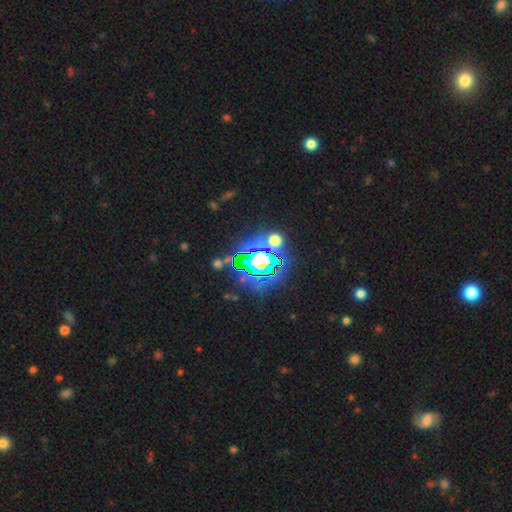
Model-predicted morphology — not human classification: A star or artifact, not a galaxy (74%).

Vote fractions:
- Smooth or featured? star or artifact: 74% / smooth: 15% / featured or disk: 11%